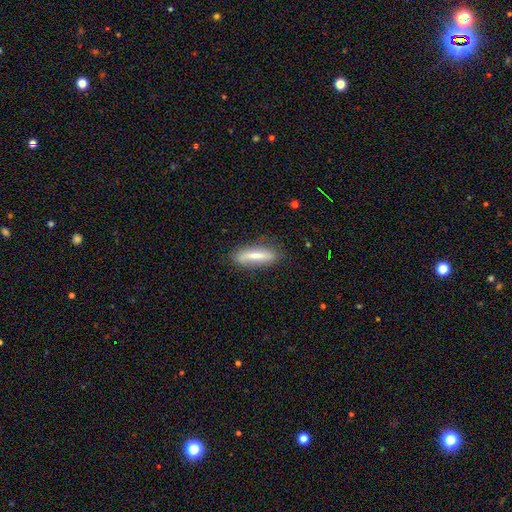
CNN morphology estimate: smooth 60%, featured or disk 33%, star or artifact 7%. Down the decision tree: how rounded — cigar-shaped (66%); merging — none (78%).